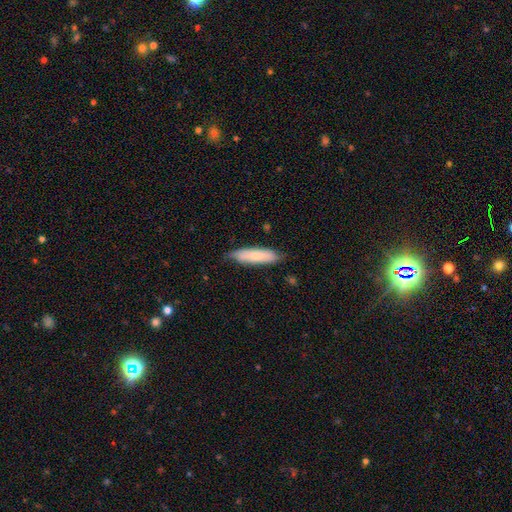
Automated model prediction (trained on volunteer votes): Smooth or featured?
  - smooth: 72% *
  - featured or disk: 22%
  - star or artifact: 6%
How rounded?
  - cigar-shaped: 70% *
  - in between: 29%
  - round: 1%
Merging?
  - none: 73% *
  - minor disturbance: 22%
  - major disturbance: 3%
  - merger: 1%